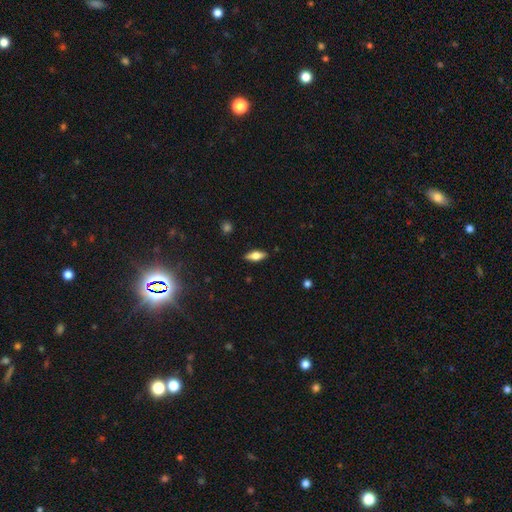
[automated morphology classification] Smooth or featured: smooth — 58% (featured or disk — 35%)
How rounded: in between — 74% (cigar-shaped — 23%)
Merging: none — 88% (minor disturbance — 9%)